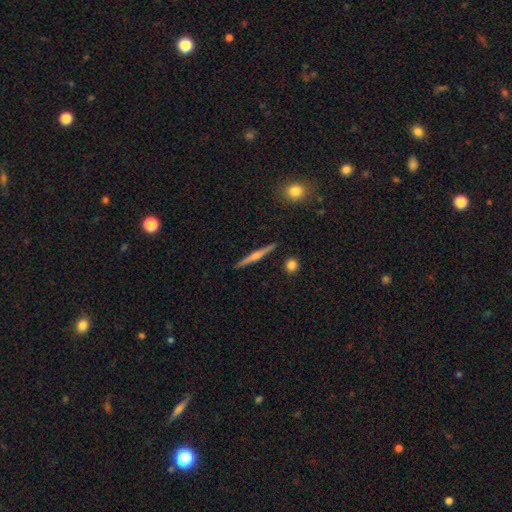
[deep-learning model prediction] Smooth or featured? Predicted: featured or disk (p=0.68). Edge-on disk? Predicted: yes (p=0.98). Edge-on bulge? Predicted: rounded (p=0.82). Merging? Predicted: none (p=0.91).